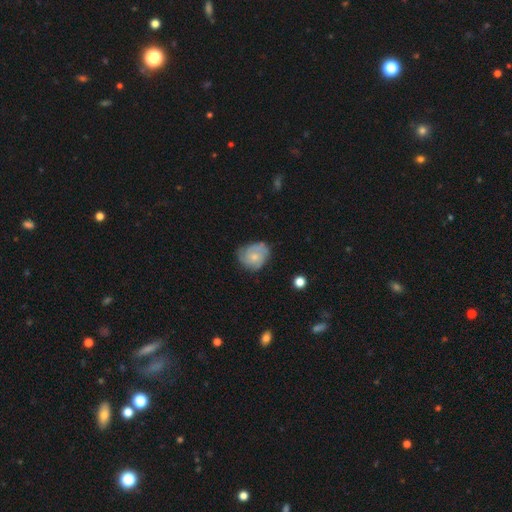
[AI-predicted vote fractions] The model was most divided on "bulge size": small: 52%, moderate: 40%, none: 6%, large: 2%, dominant: 1%. More confident: edge-on disk — no (97%); spiral arms — yes (82%); bar — no (79%); merging — none (60%); smooth or featured — featured or disk (54%).